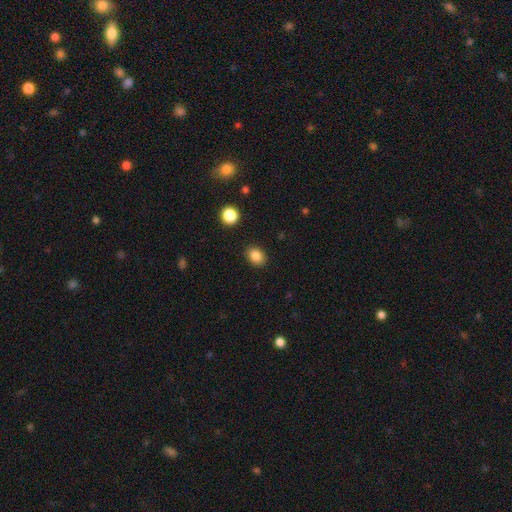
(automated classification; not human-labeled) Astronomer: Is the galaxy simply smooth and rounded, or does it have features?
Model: smooth — 85%.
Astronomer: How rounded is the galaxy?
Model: in between — 63%.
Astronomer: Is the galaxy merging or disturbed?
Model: none — 88%.